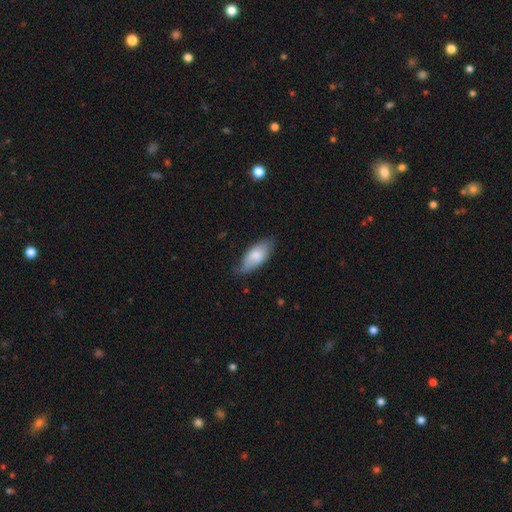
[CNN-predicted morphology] This appears to be a smooth galaxy with no disk features (74%) that is in between round and cigar-shaped (88%). Merging: none (61%).